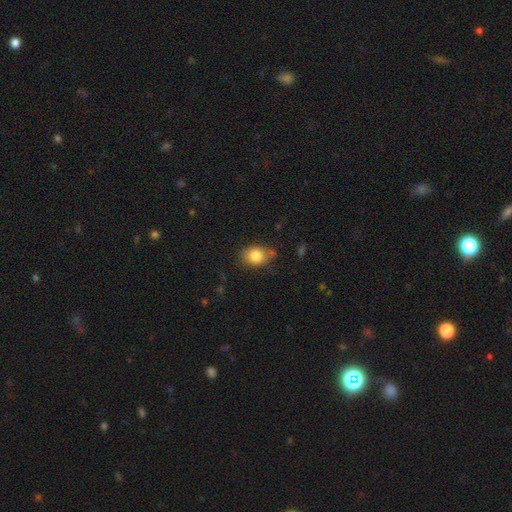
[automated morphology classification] smooth-or-featured: smooth: 83% | star or artifact: 9% | featured or disk: 8%
  how-rounded: in between: 54% | round: 45% | cigar-shaped: 1%
  merging: none: 73% | minor disturbance: 19% | major disturbance: 4% | merger: 4%